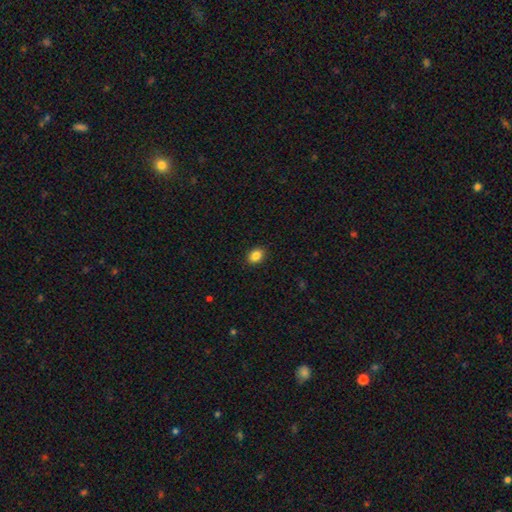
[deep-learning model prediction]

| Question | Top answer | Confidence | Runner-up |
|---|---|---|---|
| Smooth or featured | smooth | 86% | star or artifact (9%) |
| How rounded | in between | 63% | round (36%) |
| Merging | none | 91% | minor disturbance (7%) |